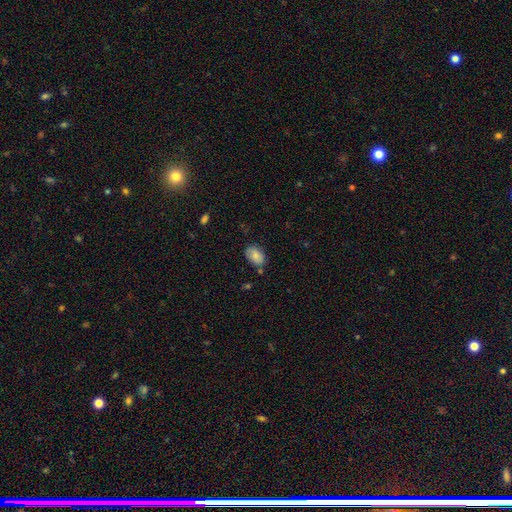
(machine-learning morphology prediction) A smooth galaxy with no disk features (80%) that is in between round and cigar-shaped (86%). Merging: none (71%).